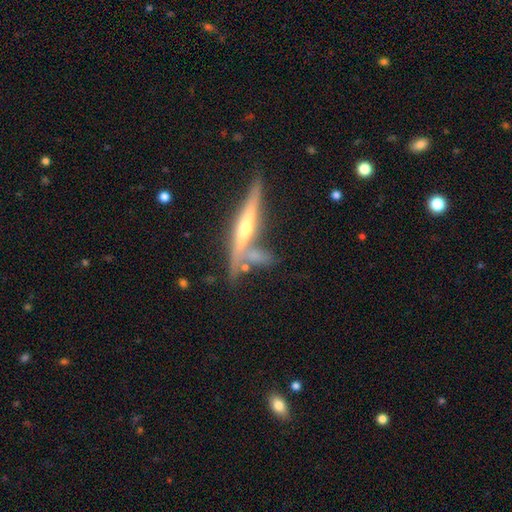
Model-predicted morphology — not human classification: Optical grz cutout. It shows a featured or disk galaxy (57%) viewed edge-on (85%). Merging: none (58%).